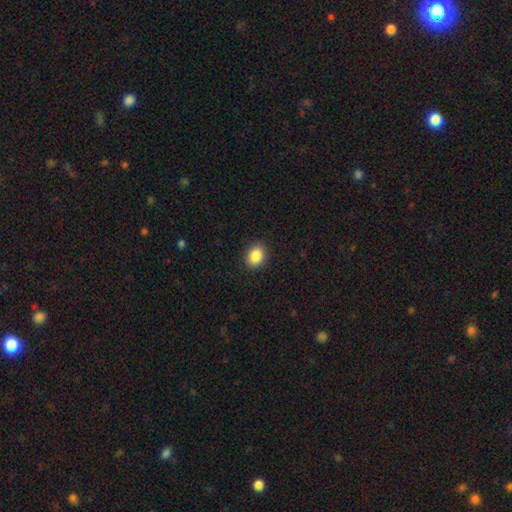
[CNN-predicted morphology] Smooth or featured?
  - smooth: 87% *
  - star or artifact: 9%
  - featured or disk: 4%
How rounded?
  - round: 56% *
  - in between: 43%
  - cigar-shaped: 1%
Merging?
  - none: 90% *
  - minor disturbance: 7%
  - major disturbance: 2%
  - merger: 1%